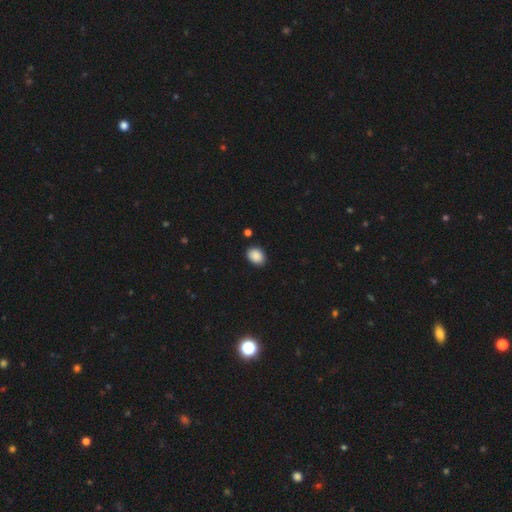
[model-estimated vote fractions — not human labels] This appears to be a smooth galaxy with no disk features (89%) that is in between round and cigar-shaped (66%). Merging: none (87%).